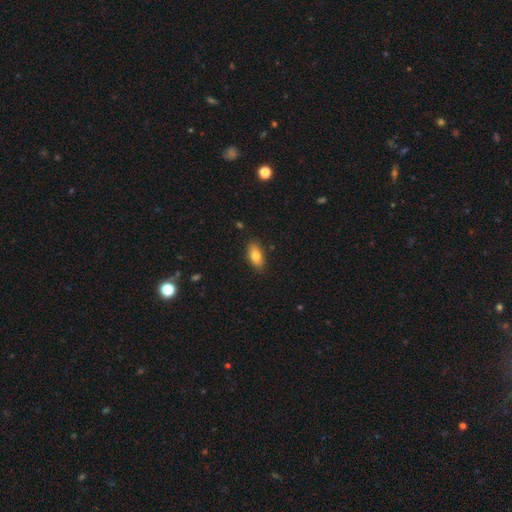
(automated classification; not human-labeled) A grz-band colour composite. It shows a smooth galaxy with no disk features (80%) that is in between round and cigar-shaped (87%). Merging: none (86%).